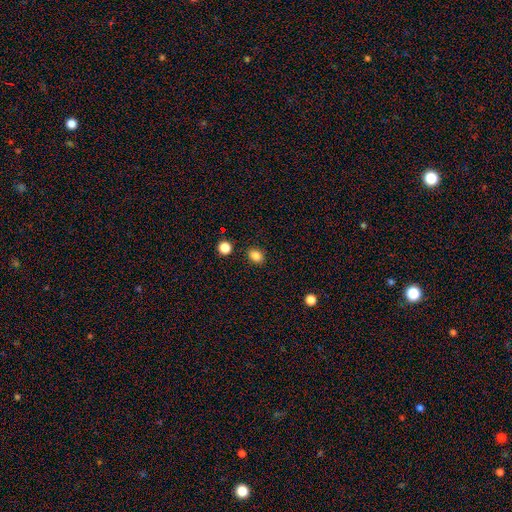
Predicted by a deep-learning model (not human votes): Smooth or featured? smooth (85%)
How rounded? in between (65%)
Merging? none (87%)